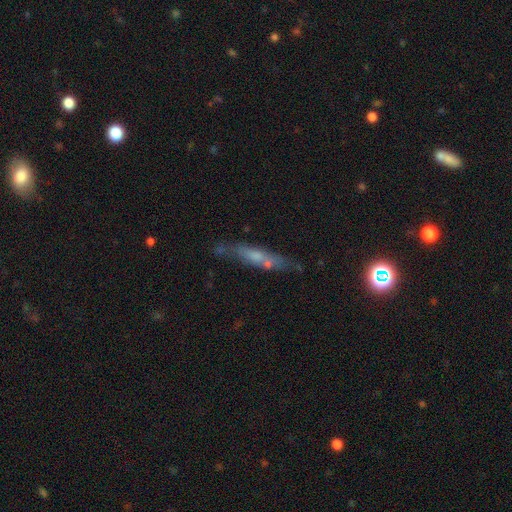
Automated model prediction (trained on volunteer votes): Morphology: type=featured or disk (47%); merging=none (65%).